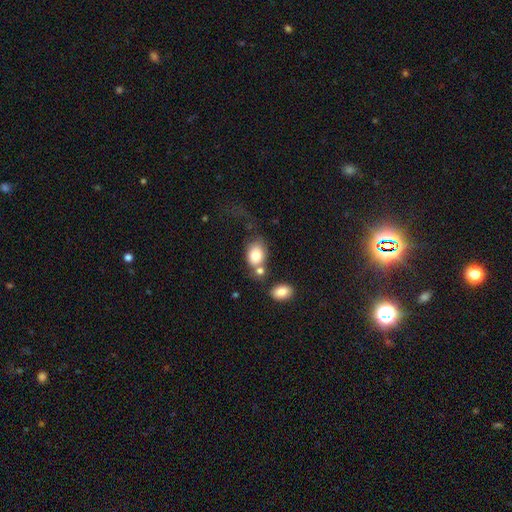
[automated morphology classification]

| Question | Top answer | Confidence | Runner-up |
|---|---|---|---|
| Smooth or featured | smooth | 79% | featured or disk (13%) |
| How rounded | in between | 75% | round (23%) |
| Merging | none | 41% | merger (31%) |